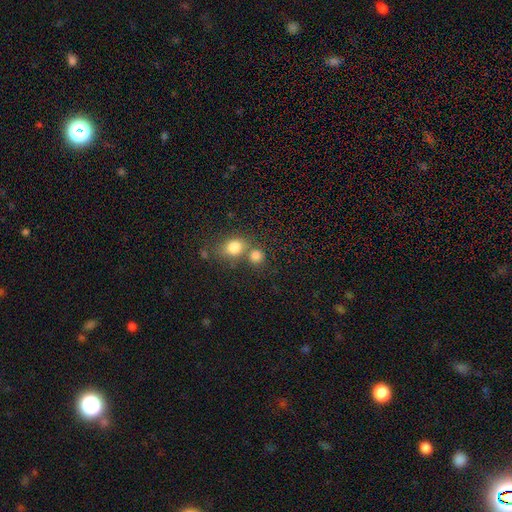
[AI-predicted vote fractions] Smooth or featured?
  - smooth: 80% *
  - star or artifact: 12%
  - featured or disk: 8%
How rounded?
  - round: 78% *
  - in between: 21%
  - cigar-shaped: 1%
Merging?
  - none: 51% *
  - merger: 38%
  - minor disturbance: 8%
  - major disturbance: 4%